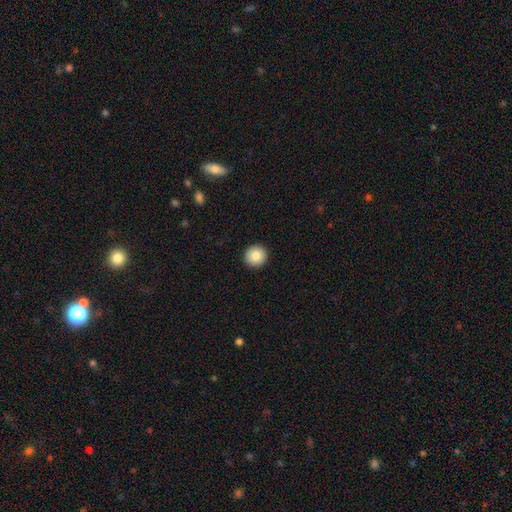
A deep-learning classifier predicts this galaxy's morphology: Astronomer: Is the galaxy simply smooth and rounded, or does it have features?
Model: smooth — 85%.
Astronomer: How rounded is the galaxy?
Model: round — 95%.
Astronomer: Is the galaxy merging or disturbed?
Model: none — 93%.